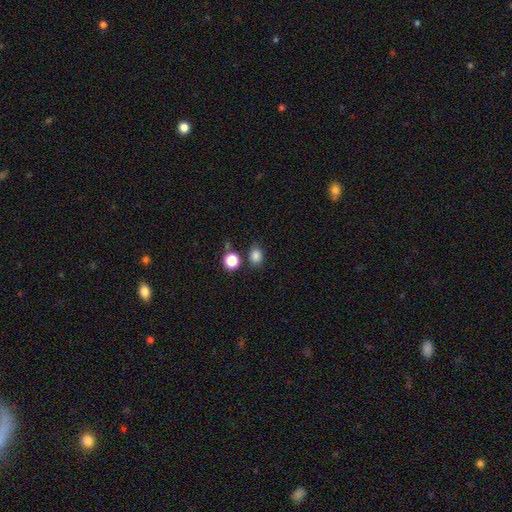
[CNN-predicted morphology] This is clearly a smooth galaxy (83%). How rounded: possibly in between (50%). Merging: likely none (78%).